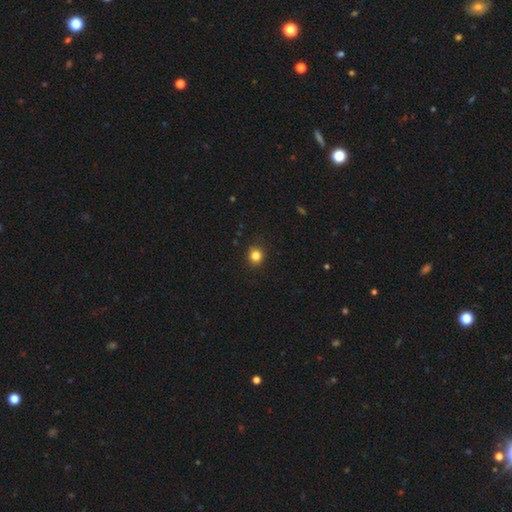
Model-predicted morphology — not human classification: Q: Smooth or featured?
A: smooth (83%); runner-up: star or artifact (12%)
Q: How rounded?
A: round (88%); runner-up: in between (11%)
Q: Merging?
A: none (91%); runner-up: minor disturbance (6%)